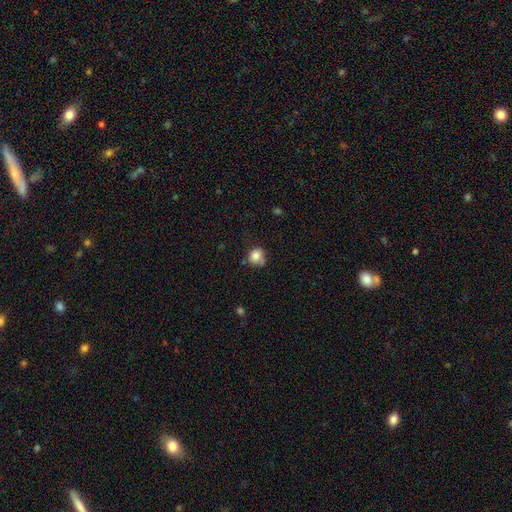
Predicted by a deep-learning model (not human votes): This appears to be a smooth galaxy with no disk features (80%) that is round (82%). Merging: none (59%).